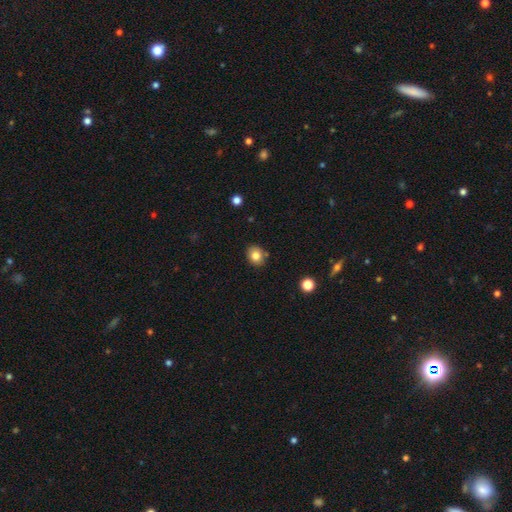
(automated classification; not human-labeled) Overall: smooth (82%). How rounded: round (61%; in between 38%). Merging: none (81%).